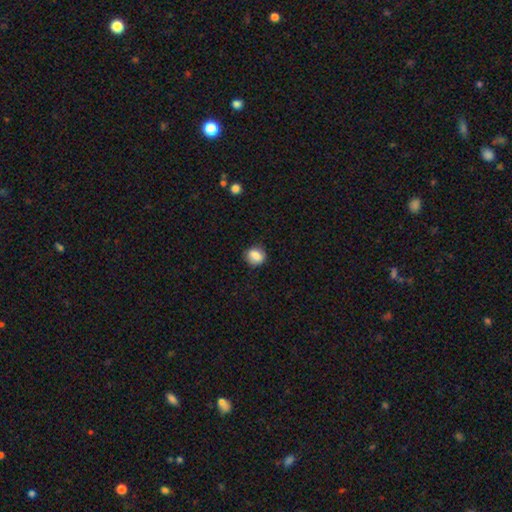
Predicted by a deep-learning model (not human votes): smooth_or_featured: smooth (p=0.82) [alt: featured or disk p=0.09]
how_rounded: round (p=0.69) [alt: in between p=0.30]
merging: none (p=0.83) [alt: minor disturbance p=0.13]